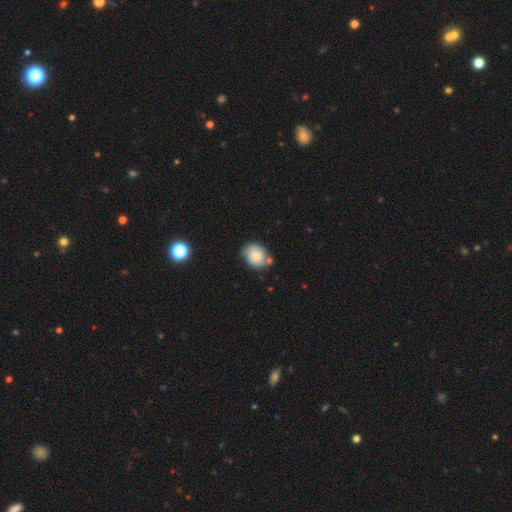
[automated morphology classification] type=smooth (77%); roundness=round (50%); merging=none (61%).